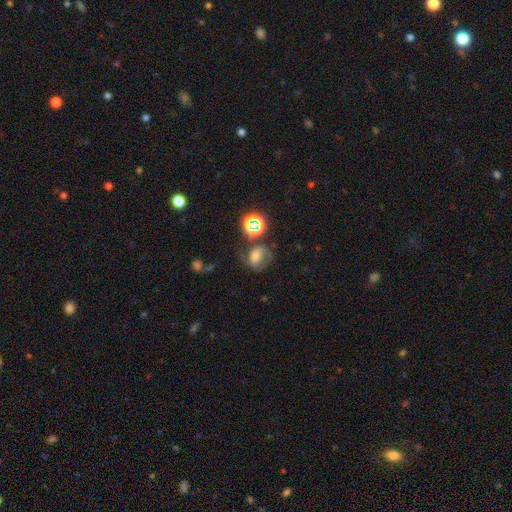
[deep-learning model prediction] Morphology: type=featured or disk (45%); merging=none (52%).